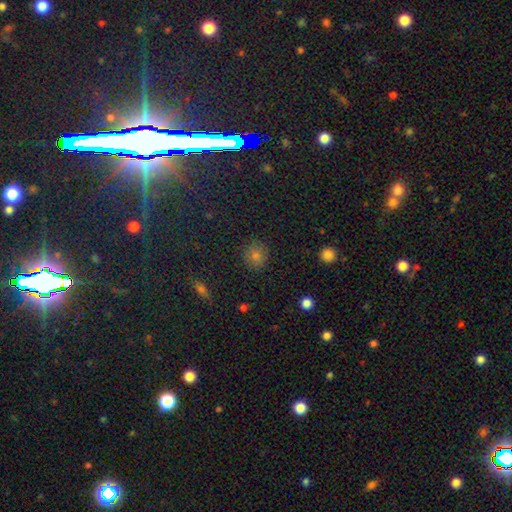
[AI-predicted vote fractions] smooth_or_featured: smooth (p=0.73) [alt: star or artifact p=0.18]
how_rounded: round (p=0.88) [alt: in between p=0.11]
merging: none (p=0.89) [alt: minor disturbance p=0.08]